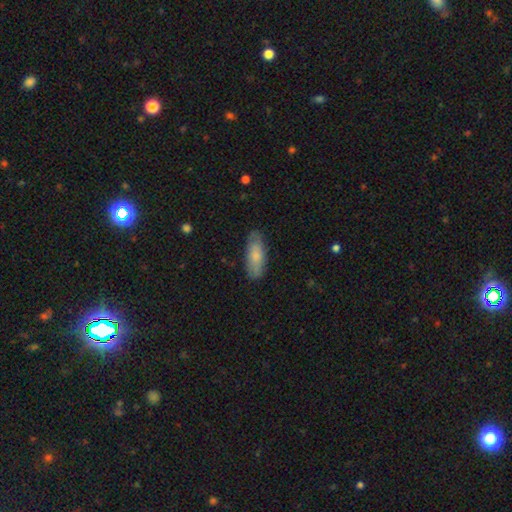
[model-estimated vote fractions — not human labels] smooth_or_featured: smooth (p=0.76) [alt: featured or disk p=0.19]
how_rounded: in between (p=0.73) [alt: cigar-shaped p=0.25]
merging: none (p=0.80) [alt: minor disturbance p=0.15]